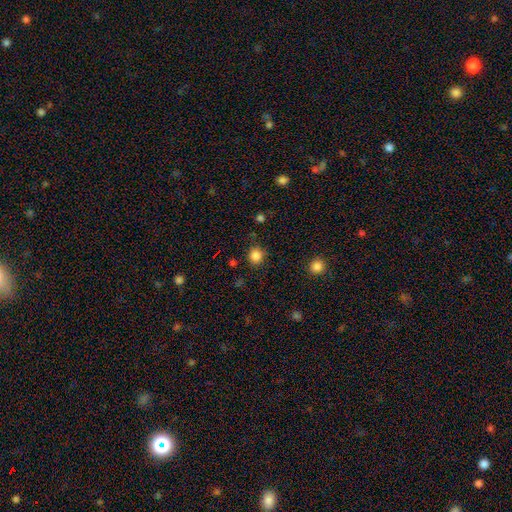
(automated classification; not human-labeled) This appears to be a smooth galaxy with no disk features (85%) that is round (89%). Merging: none (85%).